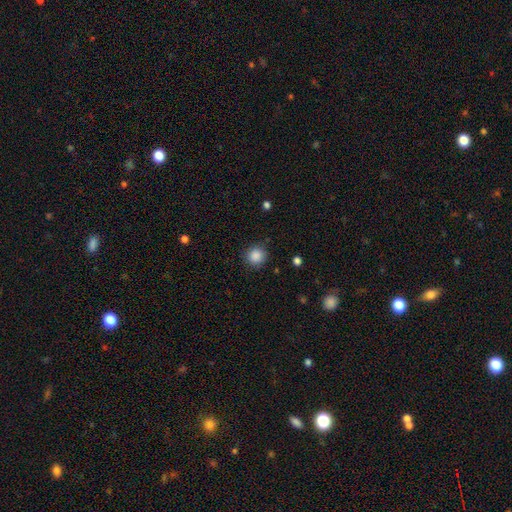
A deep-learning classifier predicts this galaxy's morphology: Smooth or featured? smooth (87%)
How rounded? round (92%)
Merging? none (86%)